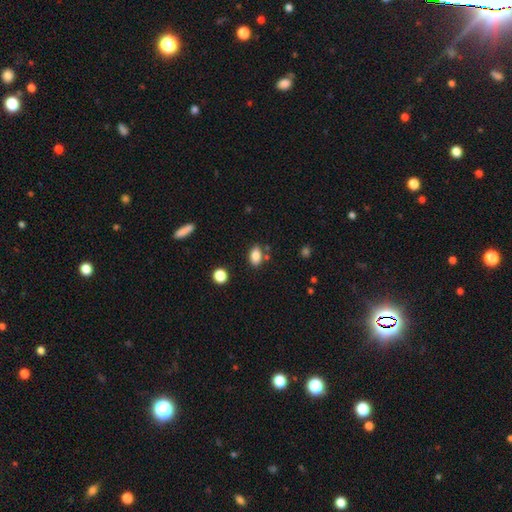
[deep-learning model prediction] smooth_or_featured: smooth (p=0.85) [alt: star or artifact p=0.09]
how_rounded: in between (p=0.85) [alt: round p=0.13]
merging: none (p=0.76) [alt: minor disturbance p=0.12]